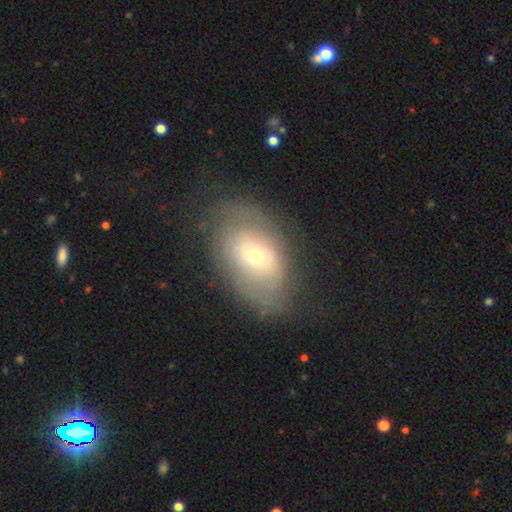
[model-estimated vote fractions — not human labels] The model was most divided on "smooth or featured": featured or disk: 48%, smooth: 42%, star or artifact: 9%. More confident: merging — none (65%).